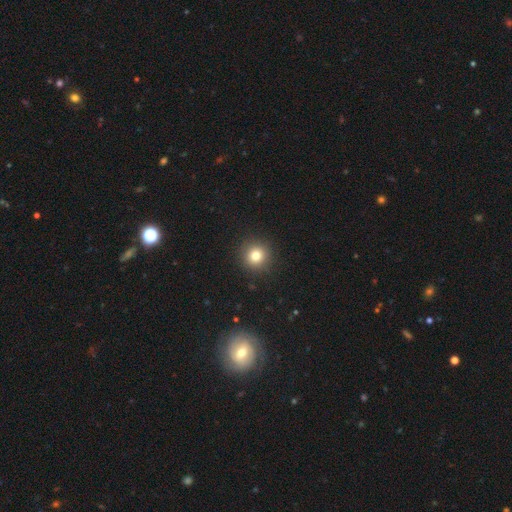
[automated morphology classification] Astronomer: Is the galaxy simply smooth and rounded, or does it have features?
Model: smooth — 79%.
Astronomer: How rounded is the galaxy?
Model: round — 94%.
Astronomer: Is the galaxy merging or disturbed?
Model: none — 92%.